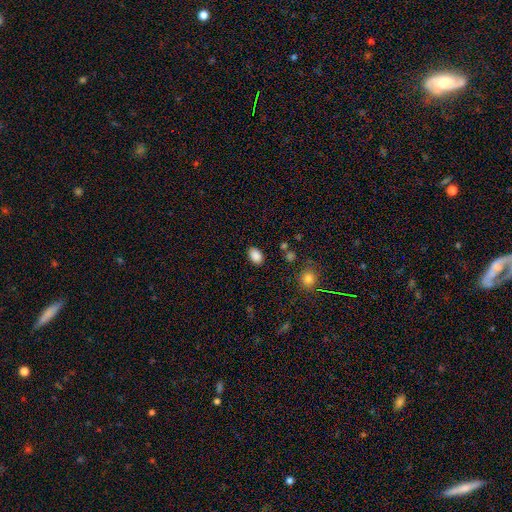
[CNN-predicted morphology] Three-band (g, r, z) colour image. It shows a smooth galaxy with no disk features (87%) that is in between round and cigar-shaped (81%). Merging: none (86%).